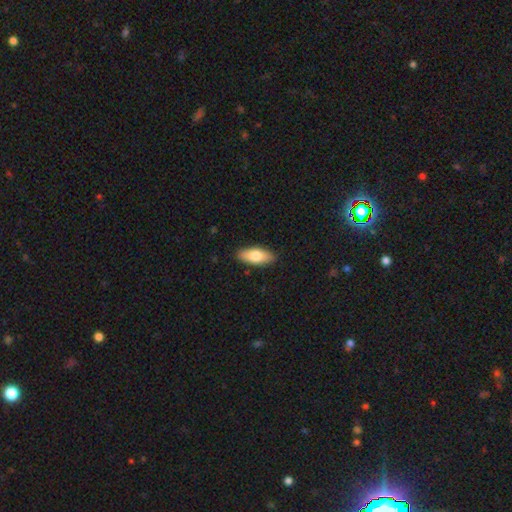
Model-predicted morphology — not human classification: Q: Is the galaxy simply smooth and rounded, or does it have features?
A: smooth — 76%.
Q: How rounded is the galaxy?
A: in between — 78%.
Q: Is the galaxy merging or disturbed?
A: none — 89%.